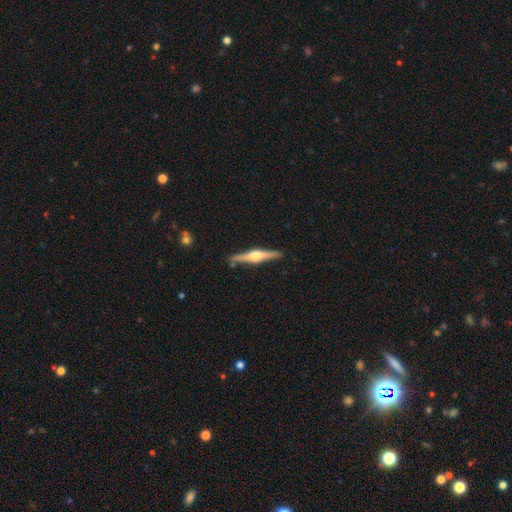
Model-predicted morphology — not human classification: Q: Smooth or featured?
A: featured or disk (76%); runner-up: smooth (19%)
Q: Edge-on disk?
A: yes (98%); runner-up: no (2%)
Q: Edge-on bulge?
A: rounded (93%); runner-up: boxy (5%)
Q: Merging?
A: none (88%); runner-up: minor disturbance (9%)